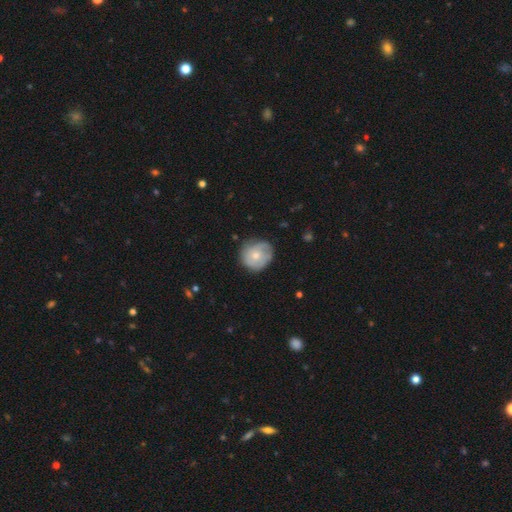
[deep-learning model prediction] The model was most divided on "smooth or featured": smooth: 55%, featured or disk: 39%, star or artifact: 6%. More confident: how rounded — round (87%); merging — none (70%).